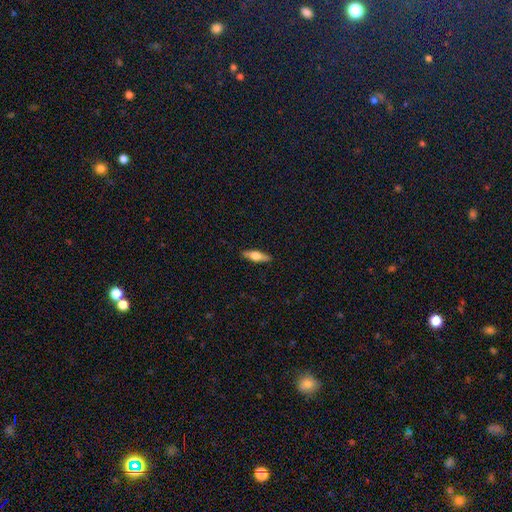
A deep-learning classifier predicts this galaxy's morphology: Smooth or featured? smooth (48%)
Merging? none (87%)